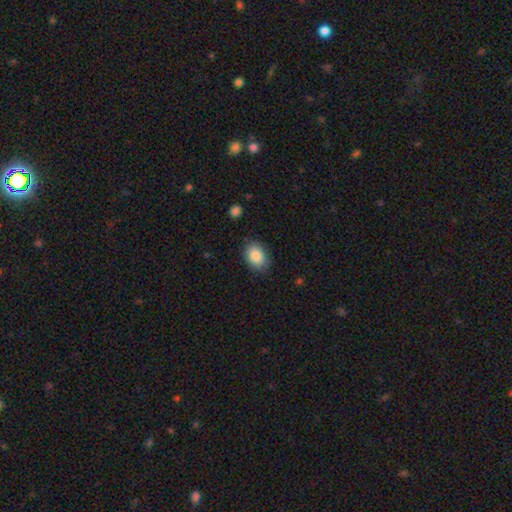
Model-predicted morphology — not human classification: This appears to be a smooth galaxy with no disk features (87%) that is in between round and cigar-shaped (77%). Merging: none (83%).